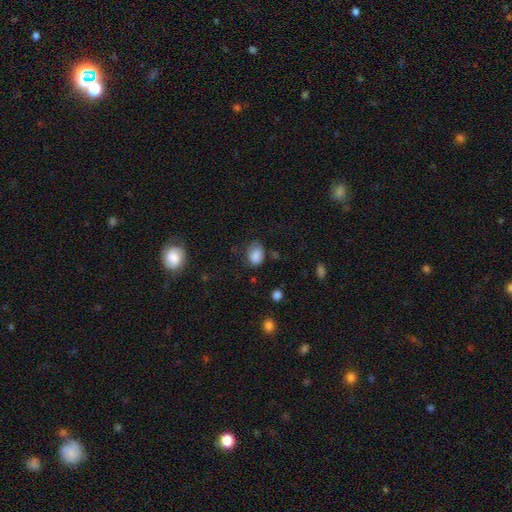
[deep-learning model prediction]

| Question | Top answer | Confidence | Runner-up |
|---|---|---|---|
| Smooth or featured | smooth | 82% | star or artifact (9%) |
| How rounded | in between | 73% | round (26%) |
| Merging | none | 60% | minor disturbance (27%) |